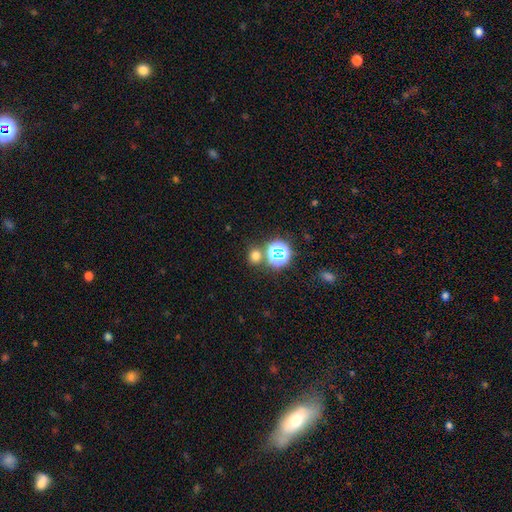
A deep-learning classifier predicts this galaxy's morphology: Q: Smooth or featured?
A: smooth (65%); runner-up: star or artifact (29%)
Q: How rounded?
A: round (77%); runner-up: in between (21%)
Q: Merging?
A: none (74%); runner-up: merger (14%)